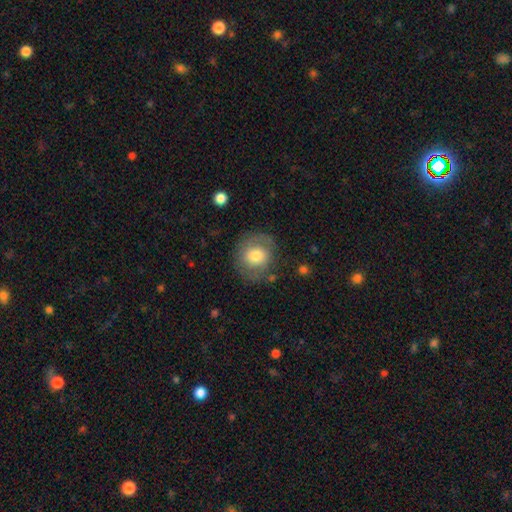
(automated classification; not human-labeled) Morphology: type=smooth (63%); roundness=round (84%); merging=none (73%).